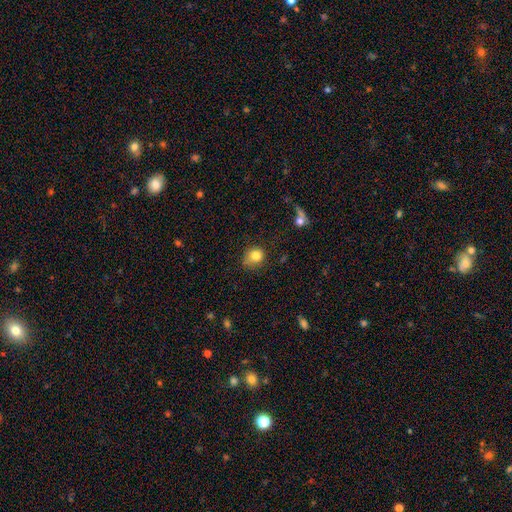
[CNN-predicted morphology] This appears to be a smooth galaxy with no disk features (81%) that is round (73%). Merging: none (58%).